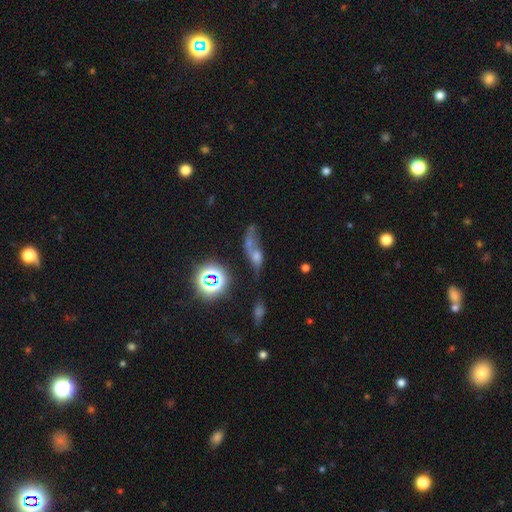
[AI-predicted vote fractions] Overall: smooth (37%; featured or disk 32%). Merging: merger (38%; none 27%).